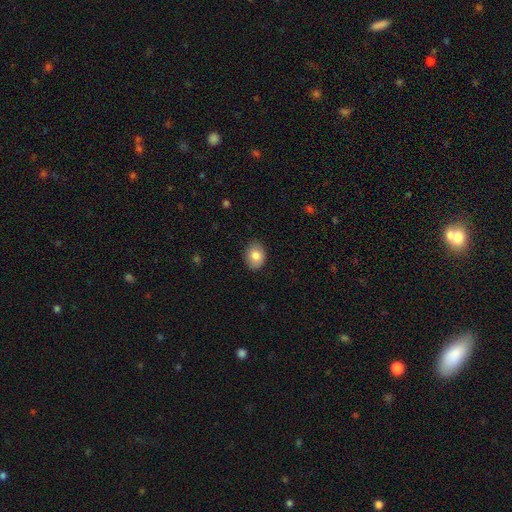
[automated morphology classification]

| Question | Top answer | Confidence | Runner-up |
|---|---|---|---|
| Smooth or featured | smooth | 81% | featured or disk (11%) |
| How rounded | in between | 64% | round (35%) |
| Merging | none | 87% | minor disturbance (10%) |